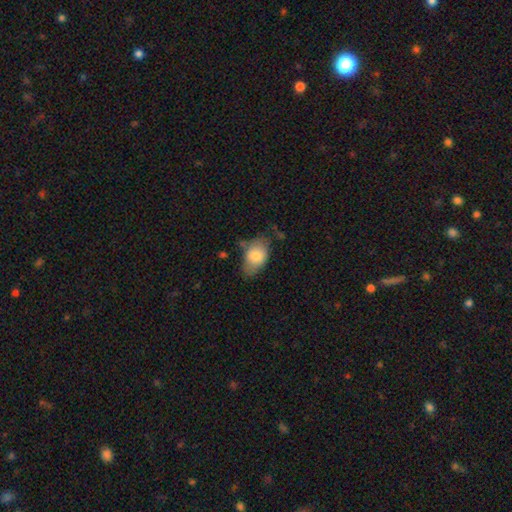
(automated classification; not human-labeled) The model was most divided on "merging": none: 56%, minor disturbance: 31%, major disturbance: 9%, merger: 4%. More confident: how rounded — in between (86%); smooth or featured — smooth (79%).